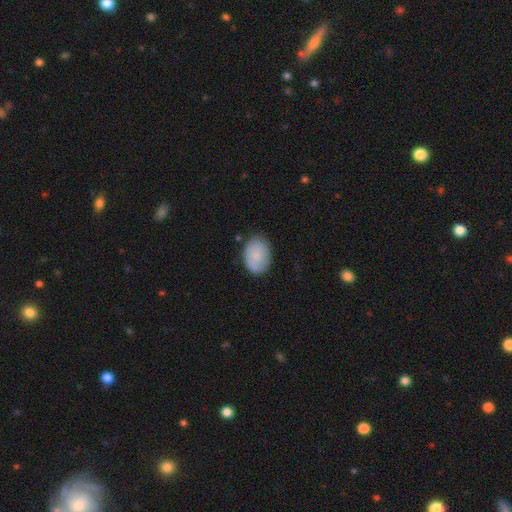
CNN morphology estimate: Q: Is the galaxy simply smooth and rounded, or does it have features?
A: smooth — 81%.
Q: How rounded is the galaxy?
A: in between — 79%.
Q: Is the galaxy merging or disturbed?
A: none — 77%.